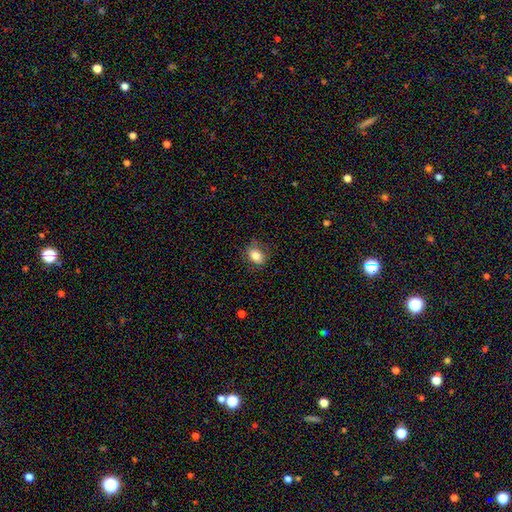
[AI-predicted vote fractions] smooth-or-featured: smooth: 82% | featured or disk: 9% | star or artifact: 9%
  how-rounded: in between: 70% | round: 29% | cigar-shaped: 1%
  merging: none: 74% | minor disturbance: 19% | major disturbance: 5% | merger: 1%